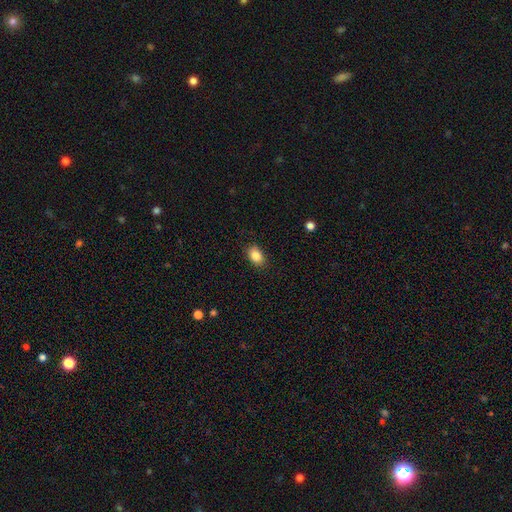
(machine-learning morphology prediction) smooth 85%, star or artifact 9%, featured or disk 7%. Down the decision tree: how rounded — in between (82%); merging — none (86%).